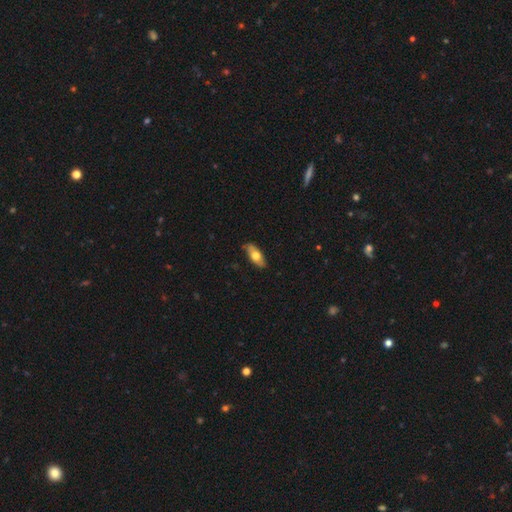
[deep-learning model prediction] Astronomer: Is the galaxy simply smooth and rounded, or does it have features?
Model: smooth — 62%.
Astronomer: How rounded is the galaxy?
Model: in between — 79%.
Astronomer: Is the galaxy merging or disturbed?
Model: none — 82%.